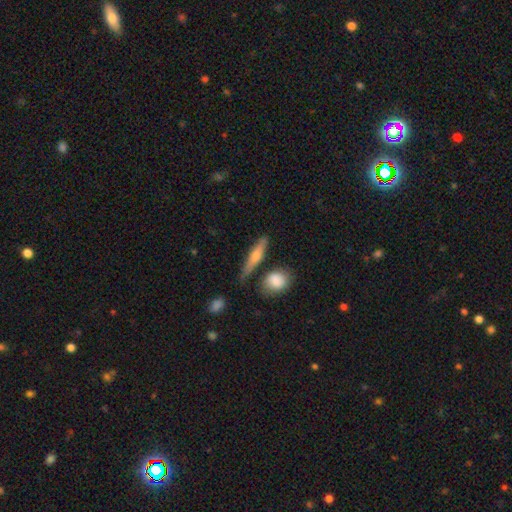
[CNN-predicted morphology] Smooth or featured? Predicted: smooth (p=0.51). How rounded? Predicted: cigar-shaped (p=0.76). Merging? Predicted: none (p=0.76).